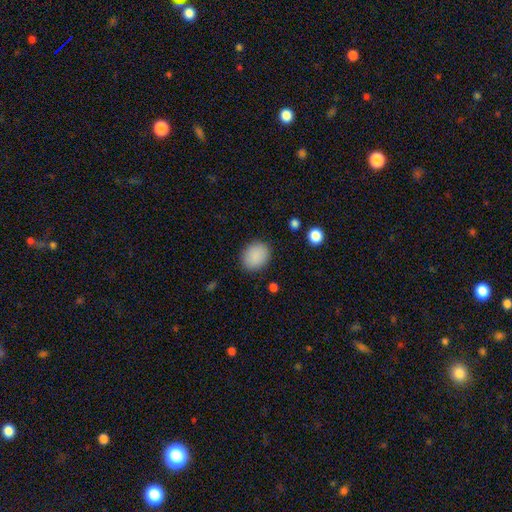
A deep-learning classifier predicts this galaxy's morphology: smooth 89%, star or artifact 7%, featured or disk 3%. Down the decision tree: how rounded — round (50%); merging — none (87%).